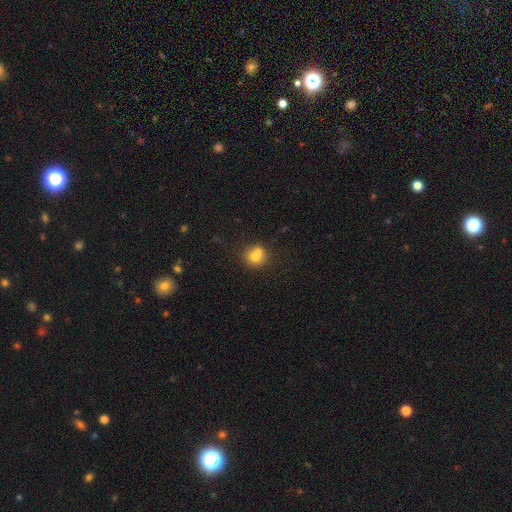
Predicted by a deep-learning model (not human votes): Smooth or featured? smooth (72%)
How rounded? round (82%)
Merging? none (47%)